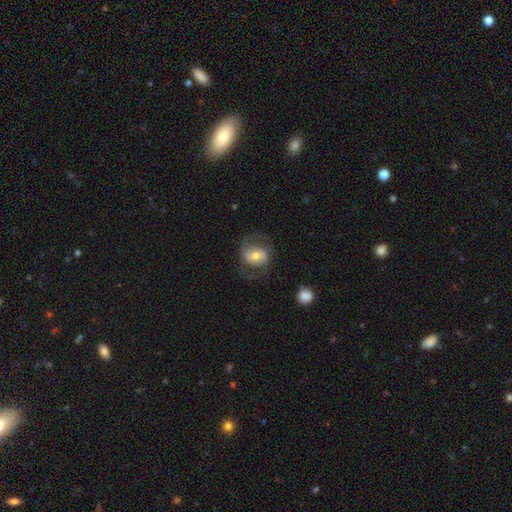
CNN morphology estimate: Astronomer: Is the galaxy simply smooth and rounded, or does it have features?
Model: featured or disk — 68%.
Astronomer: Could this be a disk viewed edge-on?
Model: no — 97%.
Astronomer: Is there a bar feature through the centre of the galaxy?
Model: weak — 41% (runner-up: no, 39%).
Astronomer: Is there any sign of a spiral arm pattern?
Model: yes — 86%.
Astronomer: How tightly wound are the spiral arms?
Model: medium — 51% (runner-up: loose, 27%).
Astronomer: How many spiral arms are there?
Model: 2 — 87%.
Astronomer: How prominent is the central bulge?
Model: moderate — 65%.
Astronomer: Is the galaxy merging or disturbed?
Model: none — 68%.